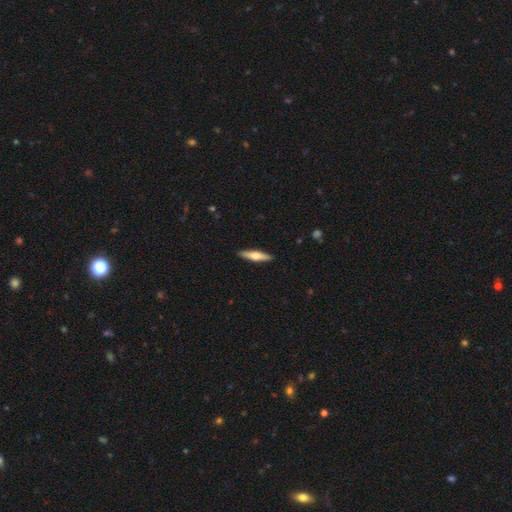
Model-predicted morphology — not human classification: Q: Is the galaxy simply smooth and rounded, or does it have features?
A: smooth — 50%.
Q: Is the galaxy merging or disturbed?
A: none — 90%.